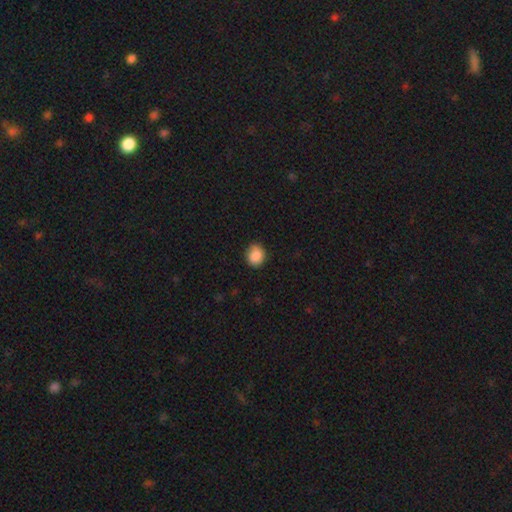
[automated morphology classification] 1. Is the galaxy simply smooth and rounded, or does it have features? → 88% smooth, 8% star or artifact, 4% featured or disk.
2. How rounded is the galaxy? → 71% round, 28% in between, 1% cigar-shaped.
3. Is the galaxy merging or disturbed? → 81% none, 16% minor disturbance, 3% major disturbance, 1% merger.